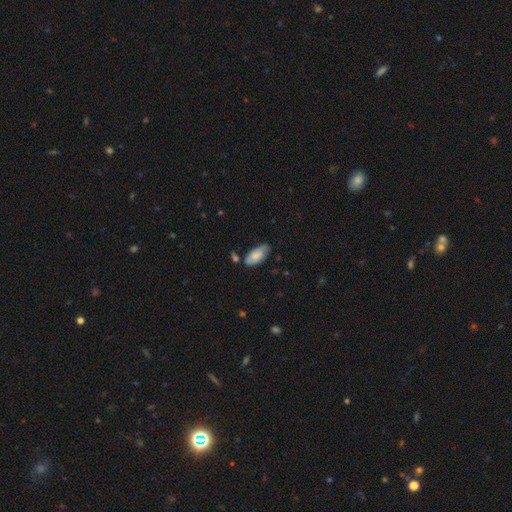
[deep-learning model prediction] Overall: smooth (66%; featured or disk 26%). How rounded: in between (91%). Merging: none (61%; minor disturbance 26%).